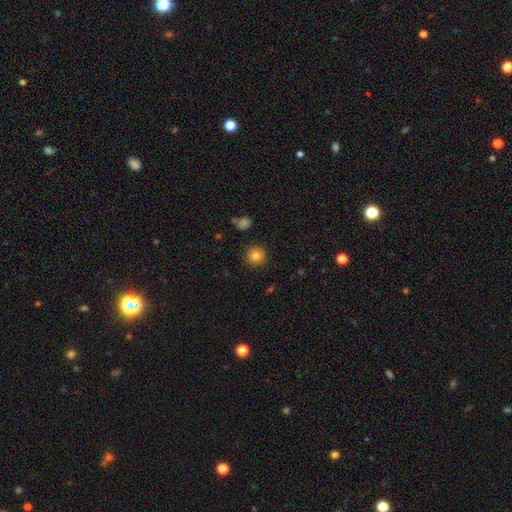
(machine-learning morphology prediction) This appears to be a smooth galaxy with no disk features (83%) that is round (94%). Merging: none (90%).